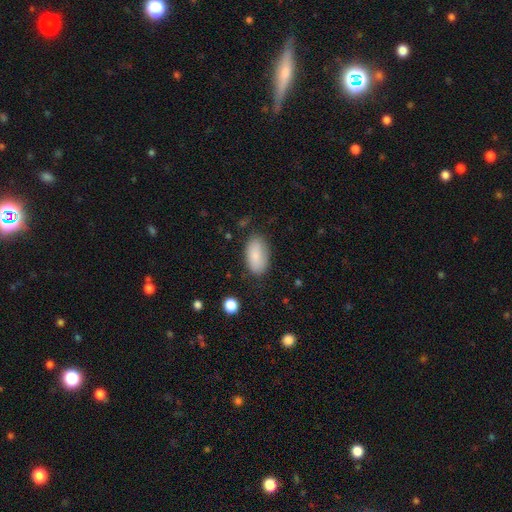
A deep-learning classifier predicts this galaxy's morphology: smooth-or-featured: smooth: 85% | featured or disk: 8% | star or artifact: 7%
  how-rounded: in between: 94% | round: 3% | cigar-shaped: 3%
  merging: none: 77% | minor disturbance: 17% | major disturbance: 4% | merger: 2%